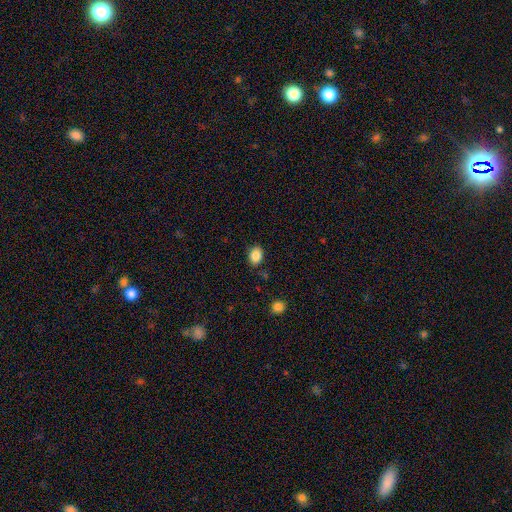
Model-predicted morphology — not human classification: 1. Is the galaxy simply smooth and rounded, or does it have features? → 86% smooth, 9% star or artifact, 5% featured or disk.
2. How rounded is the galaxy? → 65% in between, 34% round, 1% cigar-shaped.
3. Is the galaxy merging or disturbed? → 84% none, 11% minor disturbance, 3% major disturbance, 2% merger.